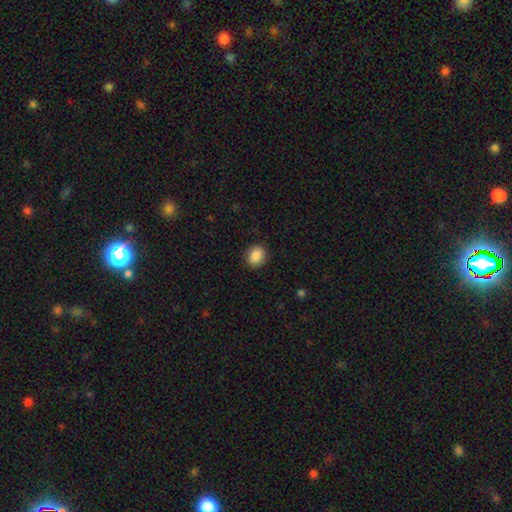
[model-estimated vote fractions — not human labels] The model was most divided on "how rounded": round: 52%, in between: 47%, cigar-shaped: 1%. More confident: merging — none (89%); smooth or featured — smooth (88%).